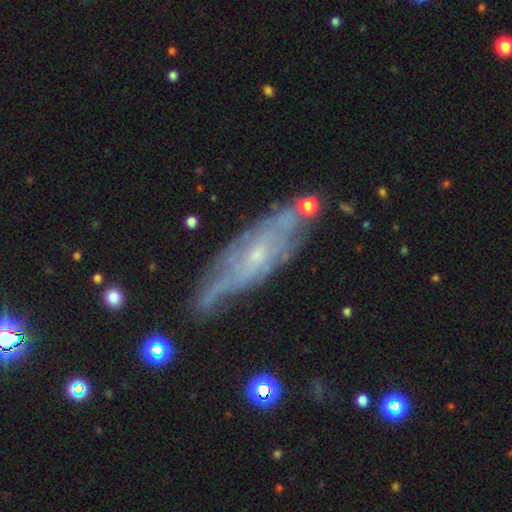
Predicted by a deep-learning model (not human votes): Smooth or featured: featured or disk — 72% (smooth — 20%)
Edge-on disk: no — 67% (yes — 33%)
Merging: none — 67% (minor disturbance — 23%)